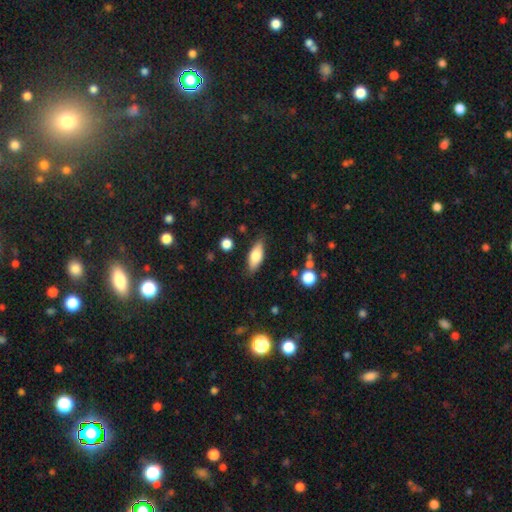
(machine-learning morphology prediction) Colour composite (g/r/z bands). It shows a smooth galaxy with no disk features (72%) that is in between round and cigar-shaped (76%). Merging: none (82%).